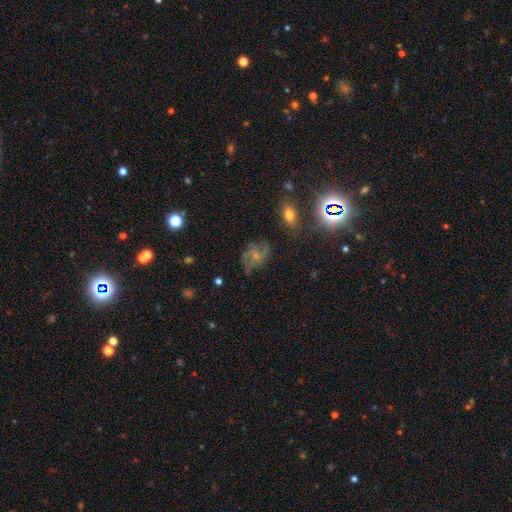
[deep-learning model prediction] Smooth or featured?
  - featured or disk: 56% *
  - smooth: 28%
  - star or artifact: 16%
Edge-on disk?
  - no: 97% *
  - yes: 3%
Bar?
  - no: 70% *
  - weak: 25%
  - strong: 5%
Spiral arms?
  - yes: 78% *
  - no: 22%
Bulge size?
  - small: 58% *
  - none: 20%
  - moderate: 19%
  - large: 2%
  - dominant: 1%
Merging?
  - none: 58% *
  - minor disturbance: 22%
  - major disturbance: 17%
  - merger: 3%